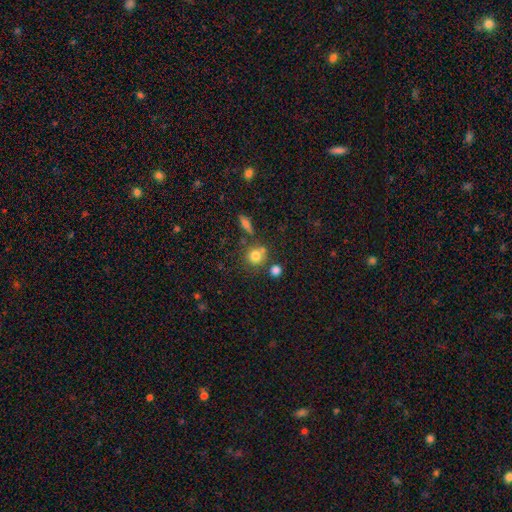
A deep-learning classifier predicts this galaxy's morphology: Smooth or featured: smooth — 77% (star or artifact — 12%)
How rounded: round — 88% (in between — 11%)
Merging: none — 66% (merger — 20%)